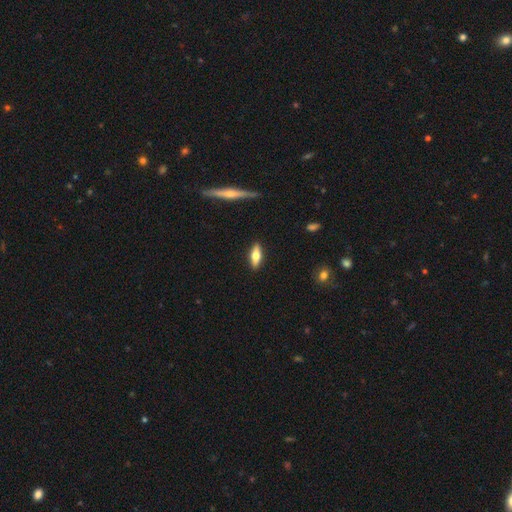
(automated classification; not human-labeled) smooth_or_featured: smooth (p=0.54) [alt: featured or disk p=0.39]
how_rounded: in between (p=0.55) [alt: cigar-shaped p=0.42]
merging: none (p=0.89) [alt: minor disturbance p=0.08]